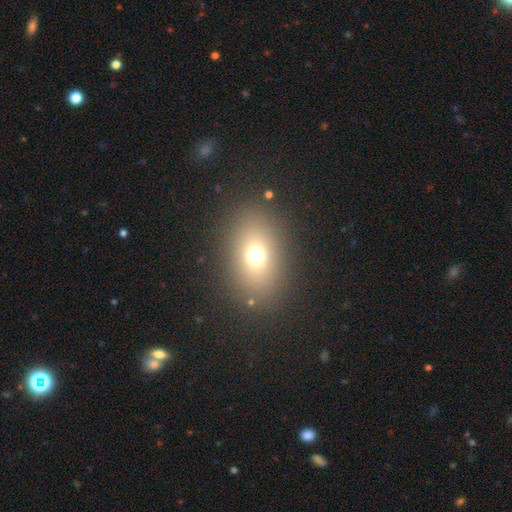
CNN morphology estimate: smooth 68%, star or artifact 18%, featured or disk 14%. Down the decision tree: how rounded — in between (66%); merging — none (85%).